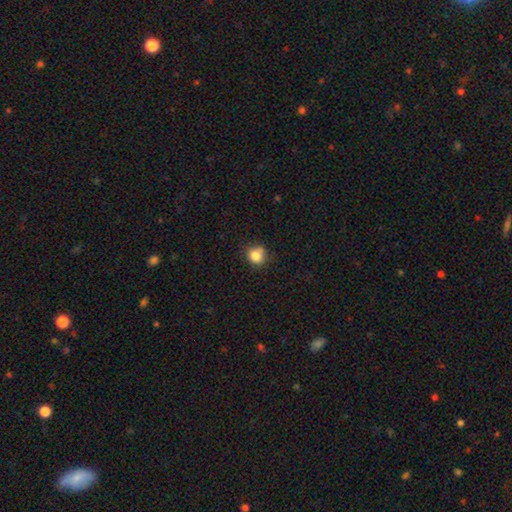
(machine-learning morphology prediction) Smooth or featured?
  - smooth: 83% *
  - star or artifact: 11%
  - featured or disk: 6%
How rounded?
  - round: 83% *
  - in between: 16%
  - cigar-shaped: 1%
Merging?
  - none: 68% *
  - minor disturbance: 23%
  - merger: 5%
  - major disturbance: 5%